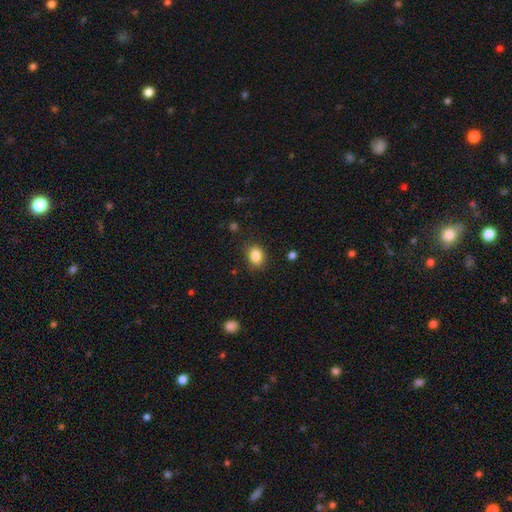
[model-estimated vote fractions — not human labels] smooth-or-featured: smooth: 86% | star or artifact: 9% | featured or disk: 5%
  how-rounded: in between: 57% | round: 42% | cigar-shaped: 1%
  merging: none: 85% | minor disturbance: 11% | major disturbance: 3% | merger: 1%